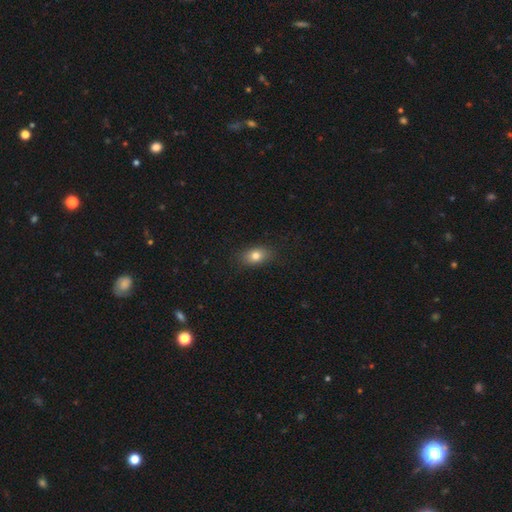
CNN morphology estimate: Q: Smooth or featured?
A: smooth (80%); runner-up: featured or disk (10%)
Q: How rounded?
A: in between (79%); runner-up: round (18%)
Q: Merging?
A: none (86%); runner-up: minor disturbance (10%)